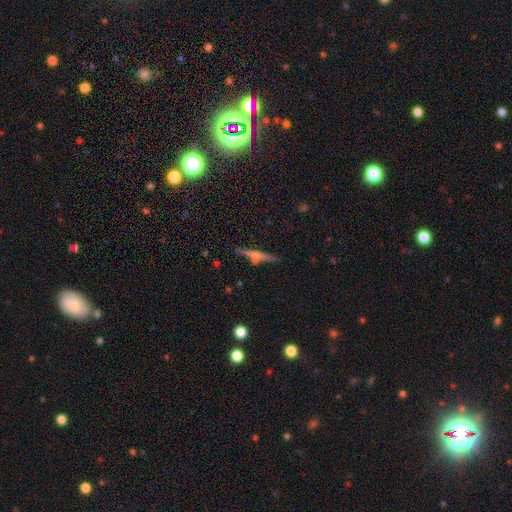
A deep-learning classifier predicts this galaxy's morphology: The model was most divided on "smooth or featured": featured or disk: 51%, smooth: 42%, star or artifact: 8%. More confident: edge-on disk — yes (96%); merging — none (78%).